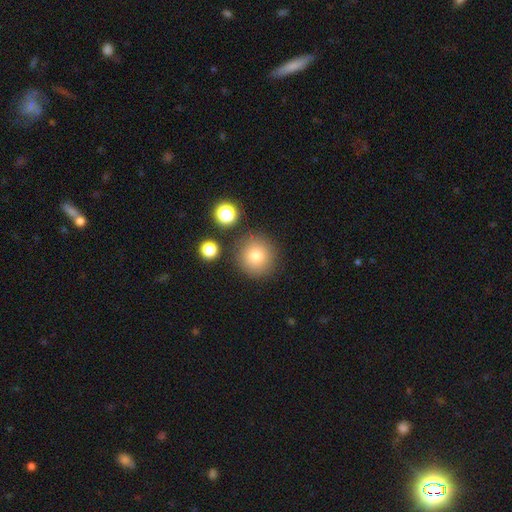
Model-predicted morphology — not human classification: smooth_or_featured: smooth (p=0.80) [alt: star or artifact p=0.11]
how_rounded: round (p=0.94) [alt: in between p=0.05]
merging: none (p=0.84) [alt: minor disturbance p=0.08]